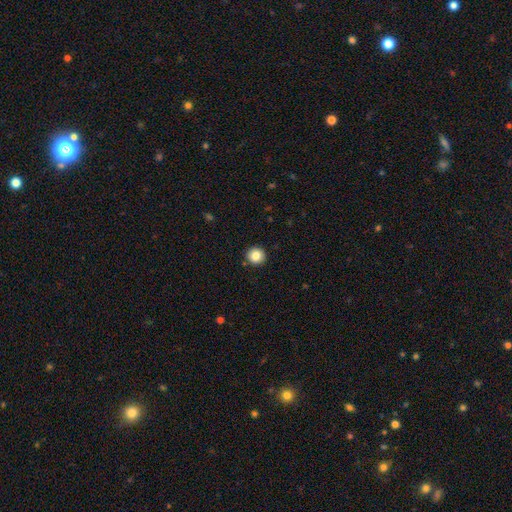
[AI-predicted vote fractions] smooth-or-featured: smooth: 84% | star or artifact: 9% | featured or disk: 7%
  how-rounded: round: 94% | in between: 5% | cigar-shaped: 1%
  merging: none: 92% | minor disturbance: 5% | major disturbance: 1% | merger: 1%